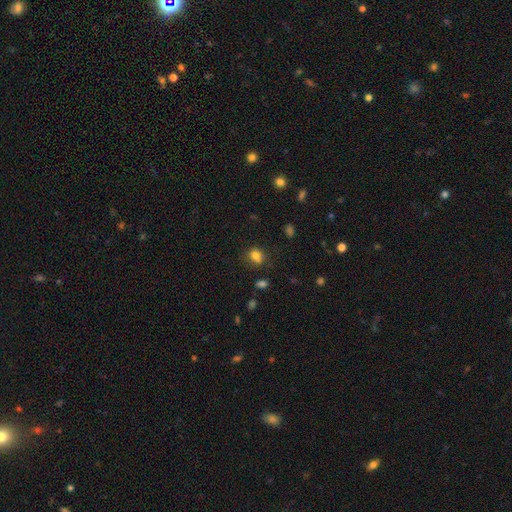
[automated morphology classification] Smooth or featured? smooth (78%)
How rounded? round (71%)
Merging? none (62%)